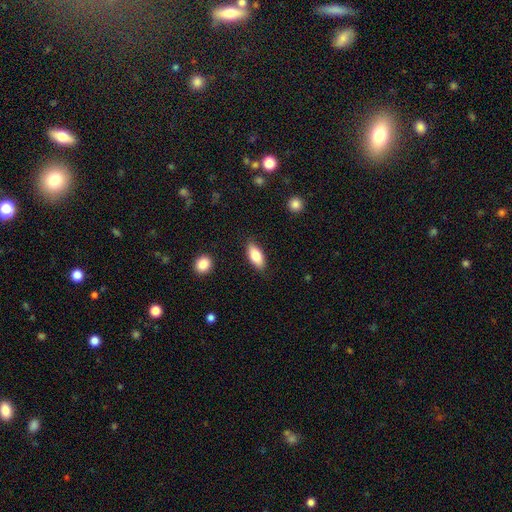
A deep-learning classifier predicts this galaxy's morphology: The model was most divided on "smooth or featured": smooth: 81%, featured or disk: 13%, star or artifact: 6%. More confident: merging — none (86%); how rounded — in between (83%).